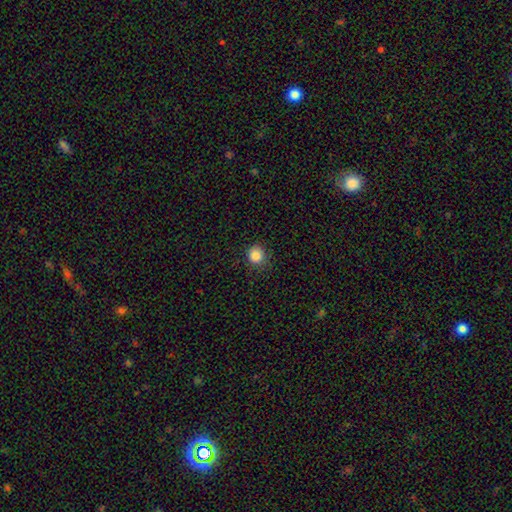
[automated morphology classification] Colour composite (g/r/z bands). It shows a smooth galaxy with no disk features (85%) that is round (89%). Merging: none (86%).